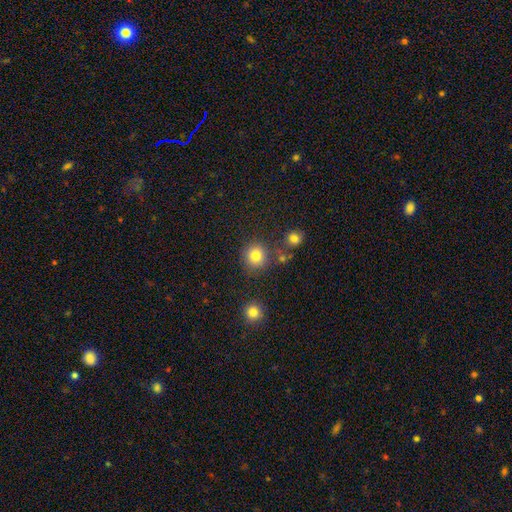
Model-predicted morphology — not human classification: Smooth or featured: smooth — 82% (star or artifact — 12%)
How rounded: round — 91% (in between — 8%)
Merging: none — 81% (minor disturbance — 9%)